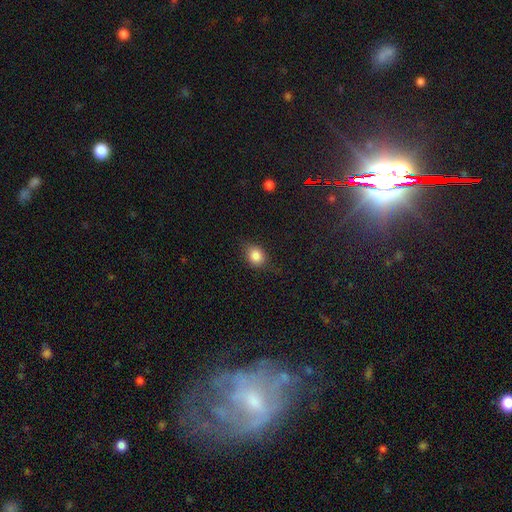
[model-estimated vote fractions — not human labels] This appears to be a smooth galaxy with no disk features (83%) that is round (50%). Merging: none (73%).